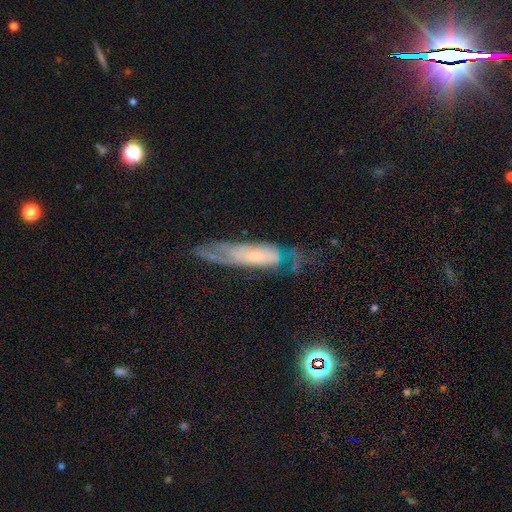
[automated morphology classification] type=featured or disk (64%); edge-on=no (67%); merging=none (50%).